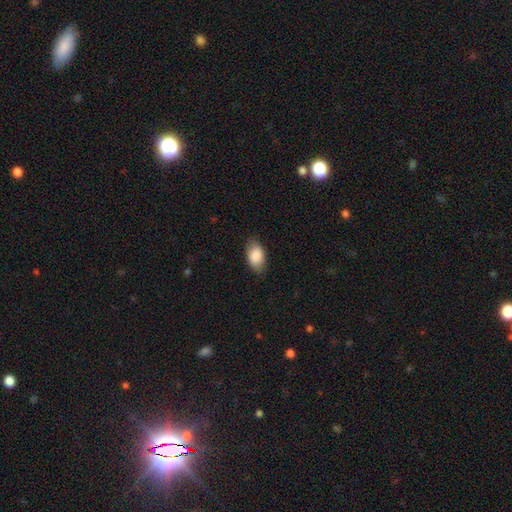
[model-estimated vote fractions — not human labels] Q: Smooth or featured?
A: smooth (88%); runner-up: star or artifact (6%)
Q: How rounded?
A: in between (93%); runner-up: round (5%)
Q: Merging?
A: none (83%); runner-up: minor disturbance (13%)